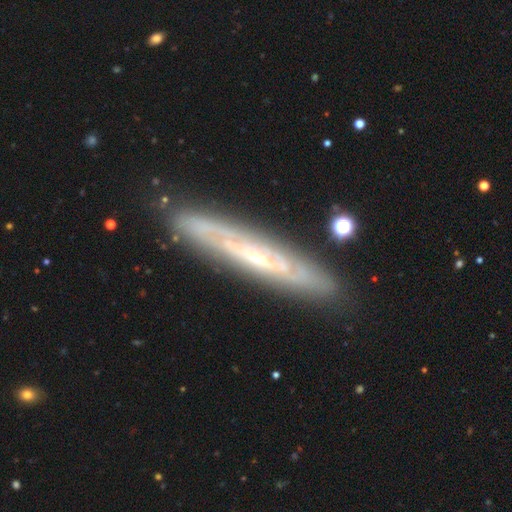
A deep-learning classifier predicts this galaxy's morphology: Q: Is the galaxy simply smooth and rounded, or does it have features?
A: featured or disk — 74%.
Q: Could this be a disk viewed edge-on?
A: yes — 61%.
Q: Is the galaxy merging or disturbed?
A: none — 84%.